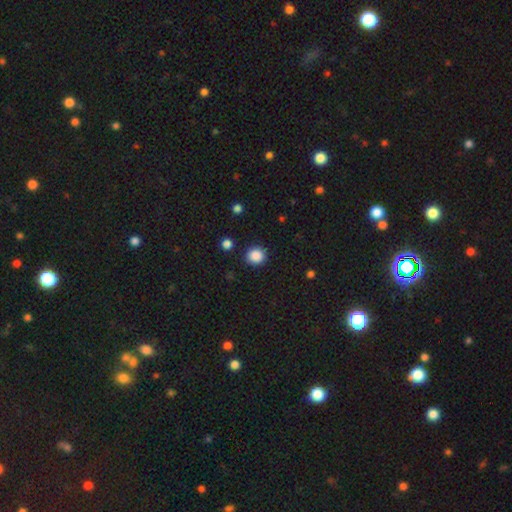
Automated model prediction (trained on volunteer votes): smooth-or-featured: smooth: 87% | star or artifact: 10% | featured or disk: 3%
  how-rounded: round: 89% | in between: 10% | cigar-shaped: 1%
  merging: none: 89% | minor disturbance: 7% | major disturbance: 2% | merger: 2%